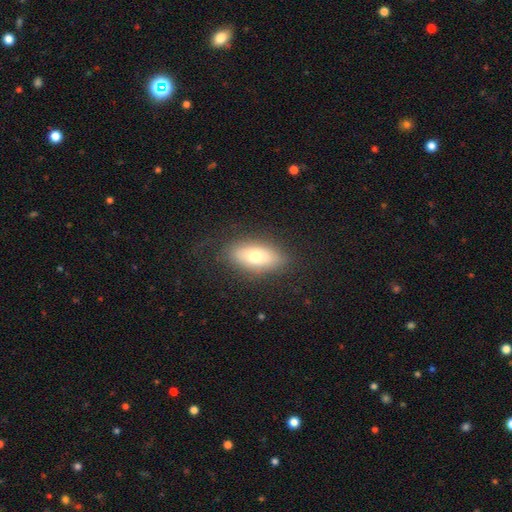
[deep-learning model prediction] Smooth or featured? smooth (69%)
How rounded? in between (82%)
Merging? none (80%)